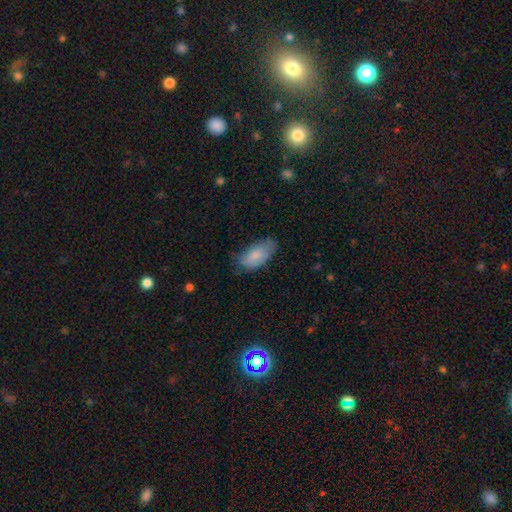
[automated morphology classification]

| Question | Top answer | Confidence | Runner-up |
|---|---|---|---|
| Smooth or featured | smooth | 79% | featured or disk (15%) |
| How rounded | in between | 92% | cigar-shaped (5%) |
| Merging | none | 62% | minor disturbance (29%) |